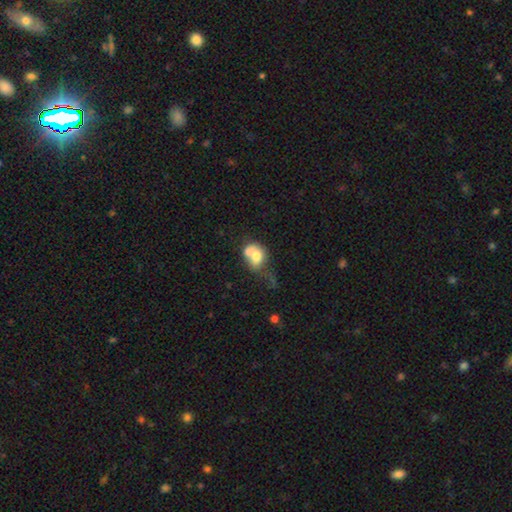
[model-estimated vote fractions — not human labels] The model was most divided on "how rounded": in between: 55%, round: 44%, cigar-shaped: 1%. More confident: smooth or featured — smooth (64%); merging — merger (57%).